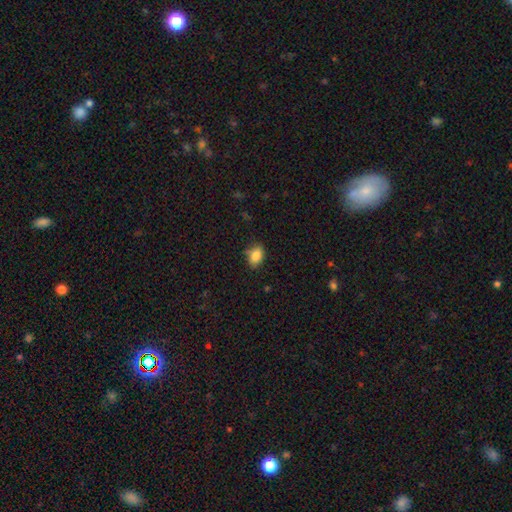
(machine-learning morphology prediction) smooth-or-featured: smooth: 85% | star or artifact: 9% | featured or disk: 6%
  how-rounded: in between: 80% | round: 19% | cigar-shaped: 2%
  merging: none: 72% | minor disturbance: 21% | major disturbance: 4% | merger: 2%